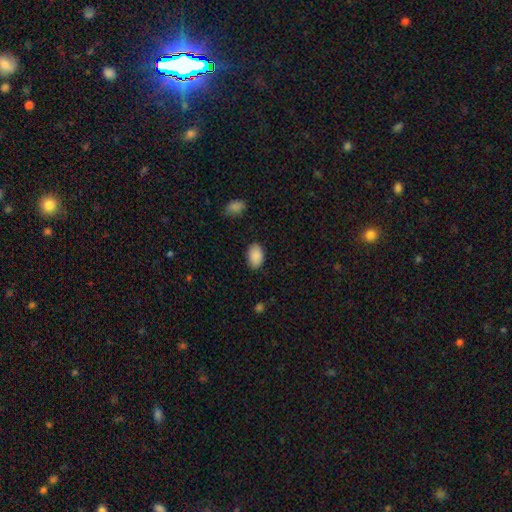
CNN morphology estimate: A smooth galaxy with no disk features (90%) that is in between round and cigar-shaped (90%). Merging: none (85%).